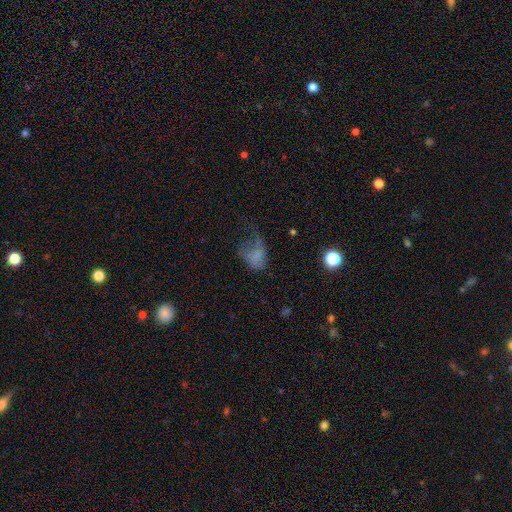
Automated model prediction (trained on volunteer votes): The model was most divided on "smooth or featured": smooth: 57%, featured or disk: 27%, star or artifact: 16%. More confident: how rounded — in between (77%); merging — major disturbance (55%).